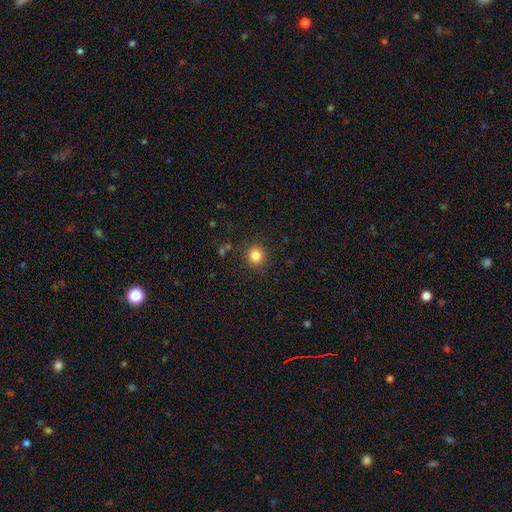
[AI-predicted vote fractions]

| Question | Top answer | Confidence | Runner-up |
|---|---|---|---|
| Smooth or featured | smooth | 83% | star or artifact (12%) |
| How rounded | round | 90% | in between (9%) |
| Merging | none | 89% | minor disturbance (7%) |